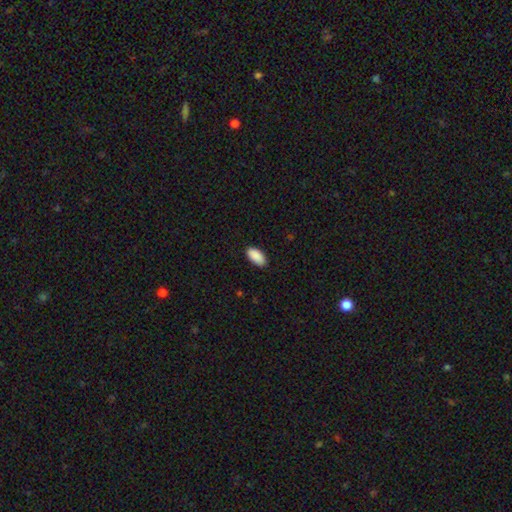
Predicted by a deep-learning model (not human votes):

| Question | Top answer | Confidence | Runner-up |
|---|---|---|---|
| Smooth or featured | smooth | 91% | star or artifact (6%) |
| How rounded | in between | 94% | cigar-shaped (3%) |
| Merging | none | 86% | minor disturbance (11%) |